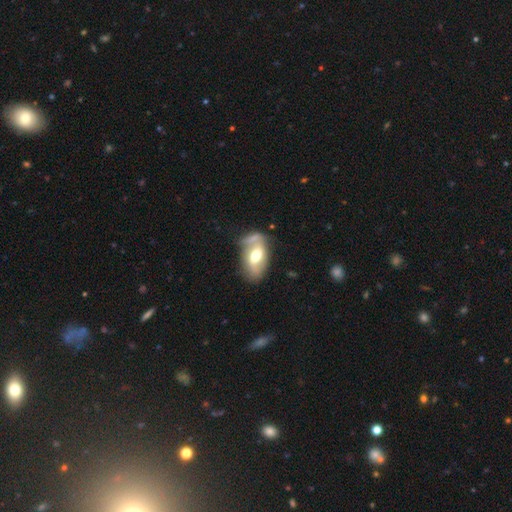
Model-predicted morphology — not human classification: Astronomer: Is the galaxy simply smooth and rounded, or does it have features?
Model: featured or disk — 47% (runner-up: smooth, 46%).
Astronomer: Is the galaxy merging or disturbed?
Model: none — 47% (runner-up: minor disturbance, 25%).